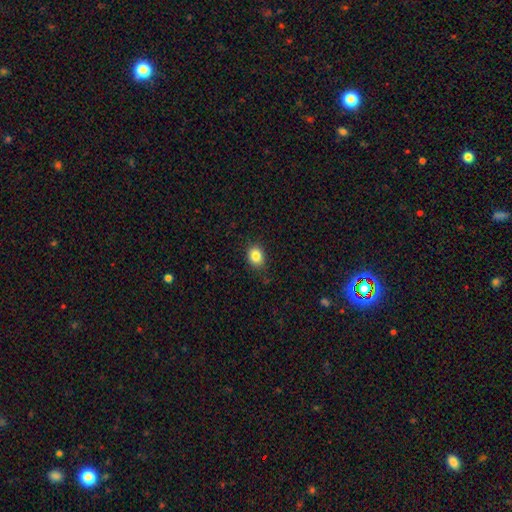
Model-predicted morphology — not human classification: smooth-or-featured: smooth: 85% | star or artifact: 10% | featured or disk: 5%
  how-rounded: round: 51% | in between: 48% | cigar-shaped: 1%
  merging: none: 86% | minor disturbance: 11% | major disturbance: 2% | merger: 1%